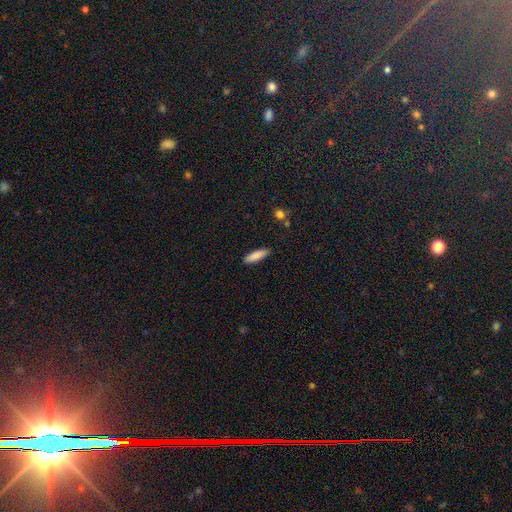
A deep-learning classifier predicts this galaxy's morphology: Smooth or featured?
  - smooth: 86% *
  - featured or disk: 7%
  - star or artifact: 6%
How rounded?
  - cigar-shaped: 55% *
  - in between: 44%
  - round: 2%
Merging?
  - none: 88% *
  - minor disturbance: 9%
  - major disturbance: 2%
  - merger: 1%